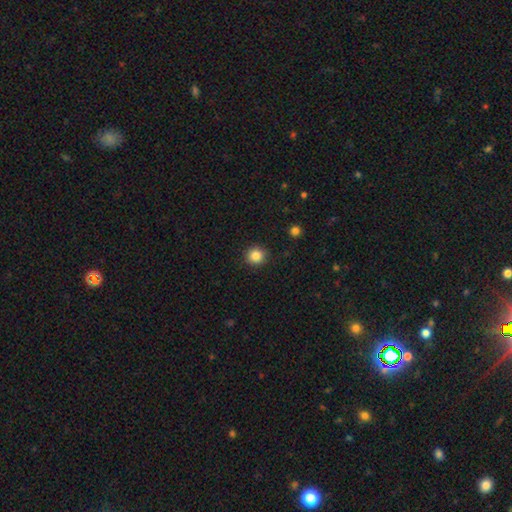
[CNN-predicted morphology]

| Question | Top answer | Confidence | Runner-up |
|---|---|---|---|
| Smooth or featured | smooth | 85% | star or artifact (11%) |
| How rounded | round | 93% | in between (6%) |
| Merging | none | 91% | minor disturbance (6%) |